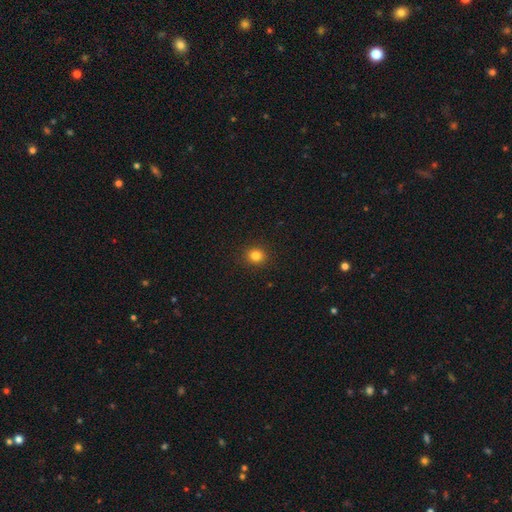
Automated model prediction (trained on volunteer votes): Morphology: type=smooth (83%); roundness=round (82%); merging=none (91%).